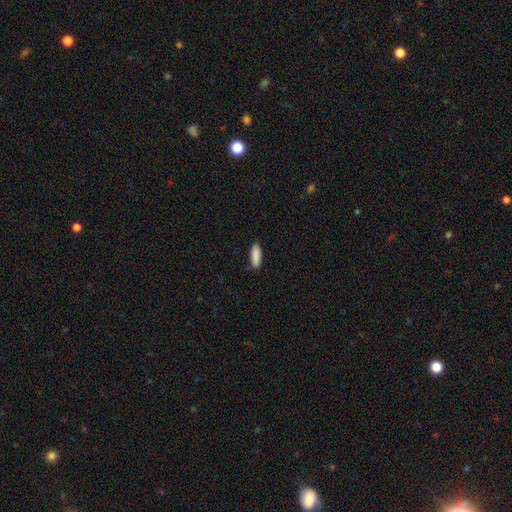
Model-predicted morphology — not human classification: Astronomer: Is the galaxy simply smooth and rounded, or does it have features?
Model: smooth — 90%.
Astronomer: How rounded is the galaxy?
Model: in between — 59% (runner-up: cigar-shaped, 39%).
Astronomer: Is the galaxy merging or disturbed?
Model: none — 87%.